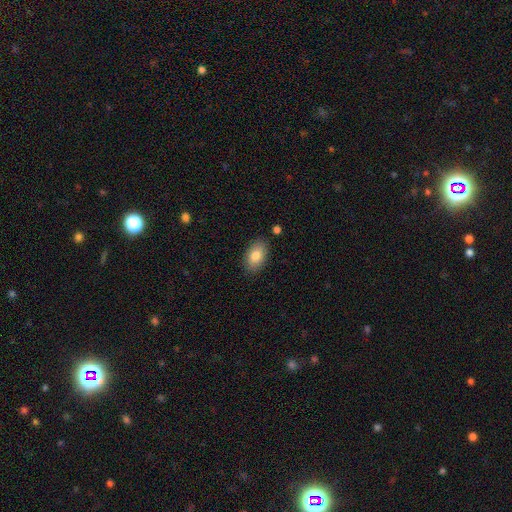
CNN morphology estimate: smooth 82%, featured or disk 11%, star or artifact 7%. Down the decision tree: how rounded — in between (91%); merging — none (85%).